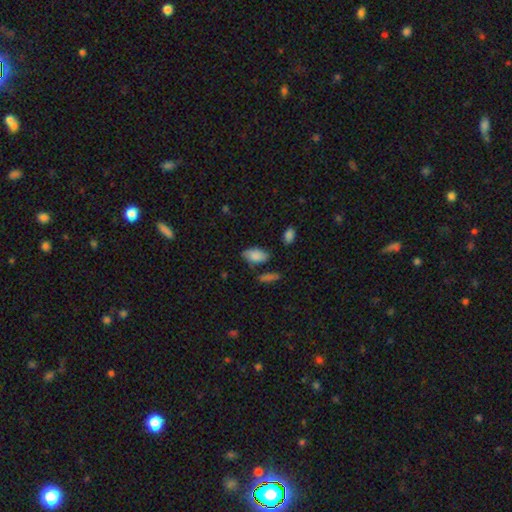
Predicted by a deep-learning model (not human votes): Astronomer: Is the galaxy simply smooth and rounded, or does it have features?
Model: smooth — 81%.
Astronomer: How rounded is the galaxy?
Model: in between — 92%.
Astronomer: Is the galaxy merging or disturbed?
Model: none — 64%.